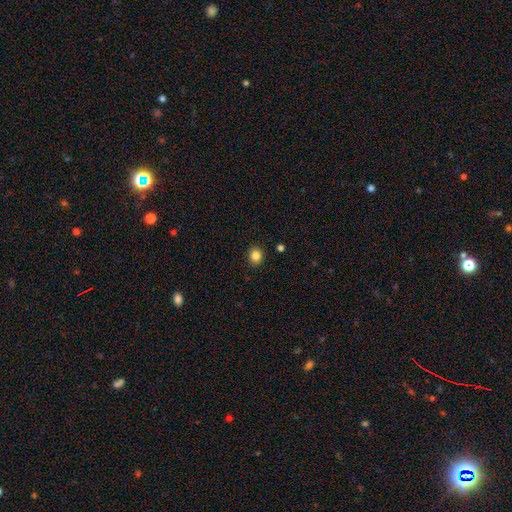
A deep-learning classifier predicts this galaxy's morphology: smooth 84%, star or artifact 11%, featured or disk 5%. Down the decision tree: how rounded — round (78%); merging — none (89%).